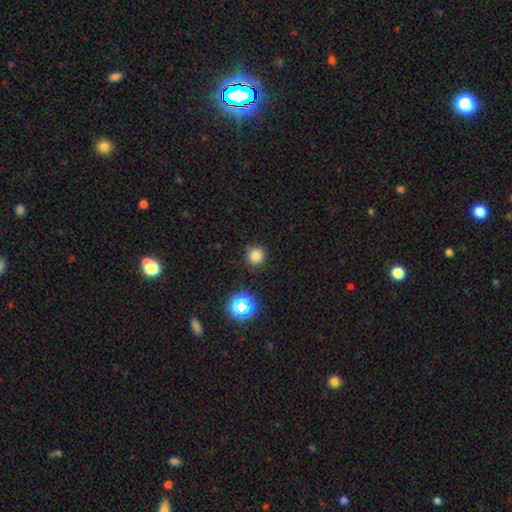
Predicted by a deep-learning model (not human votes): Smooth or featured? smooth (78%)
How rounded? round (94%)
Merging? none (88%)